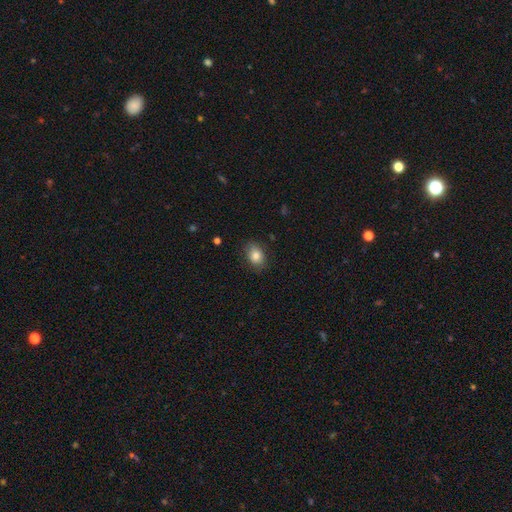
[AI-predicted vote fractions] Smooth or featured?
  - smooth: 83% *
  - star or artifact: 9%
  - featured or disk: 8%
How rounded?
  - in between: 68% *
  - round: 31%
  - cigar-shaped: 1%
Merging?
  - none: 80% *
  - minor disturbance: 16%
  - major disturbance: 3%
  - merger: 1%